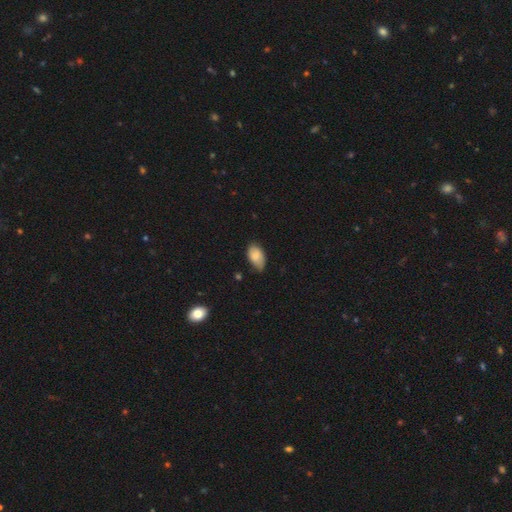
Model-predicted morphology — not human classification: Smooth or featured? Predicted: smooth (p=0.81). How rounded? Predicted: in between (p=0.94). Merging? Predicted: none (p=0.62).